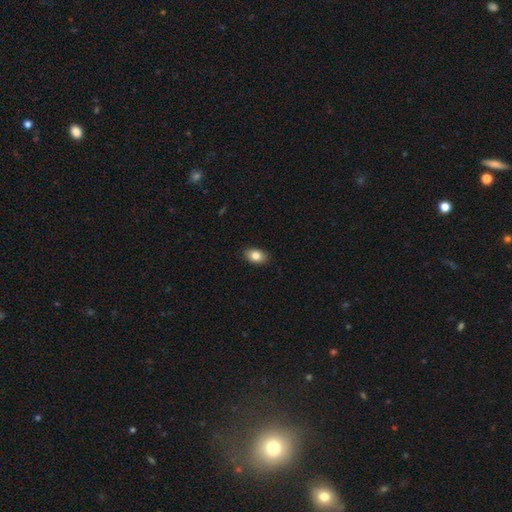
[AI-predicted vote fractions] This is clearly a smooth galaxy (84%). How rounded: clearly in between (86%). Merging: clearly none (89%).